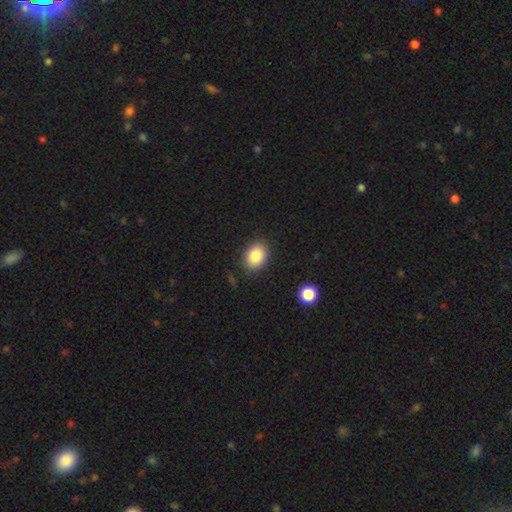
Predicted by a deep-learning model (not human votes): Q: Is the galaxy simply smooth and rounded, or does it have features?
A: smooth — 85%.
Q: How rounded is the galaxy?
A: in between — 56%.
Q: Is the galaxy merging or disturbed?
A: none — 87%.